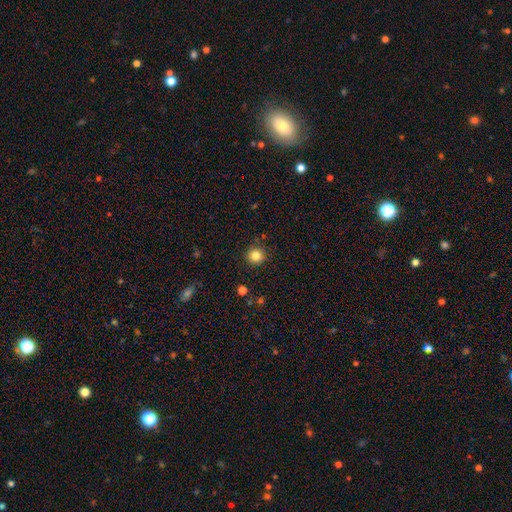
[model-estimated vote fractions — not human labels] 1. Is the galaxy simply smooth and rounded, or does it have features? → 83% smooth, 12% star or artifact, 5% featured or disk.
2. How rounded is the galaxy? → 93% round, 6% in between, 1% cigar-shaped.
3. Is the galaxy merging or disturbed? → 90% none, 6% minor disturbance, 2% major disturbance, 2% merger.